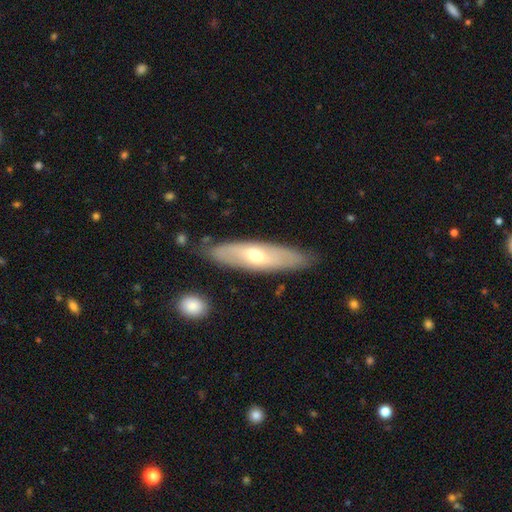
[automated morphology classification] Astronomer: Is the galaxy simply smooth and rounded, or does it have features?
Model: featured or disk — 52% (runner-up: smooth, 42%).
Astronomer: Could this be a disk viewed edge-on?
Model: no — 55% (runner-up: yes, 45%).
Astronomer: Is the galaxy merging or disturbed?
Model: none — 82%.